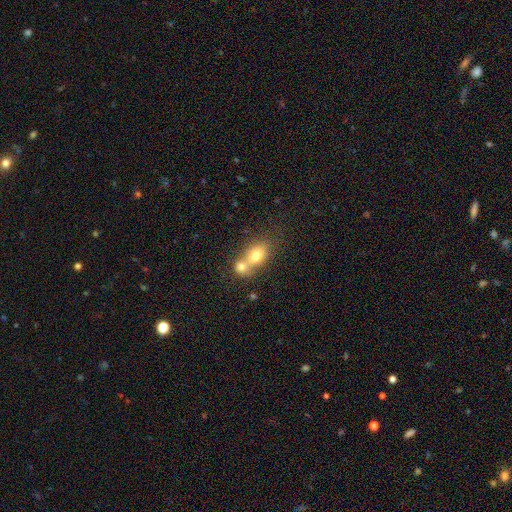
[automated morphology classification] This is likely a smooth galaxy (71%). How rounded: likely in between (61%). Merging: likely merger (67%).